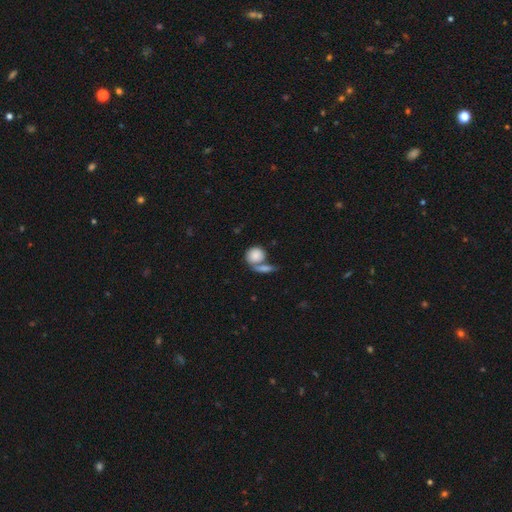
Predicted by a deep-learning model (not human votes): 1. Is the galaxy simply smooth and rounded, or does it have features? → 82% smooth, 11% featured or disk, 7% star or artifact.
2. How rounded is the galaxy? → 78% round, 19% in between, 3% cigar-shaped.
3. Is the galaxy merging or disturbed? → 42% none (tied), 42% merger (tied), 10% minor disturbance, 6% major disturbance.